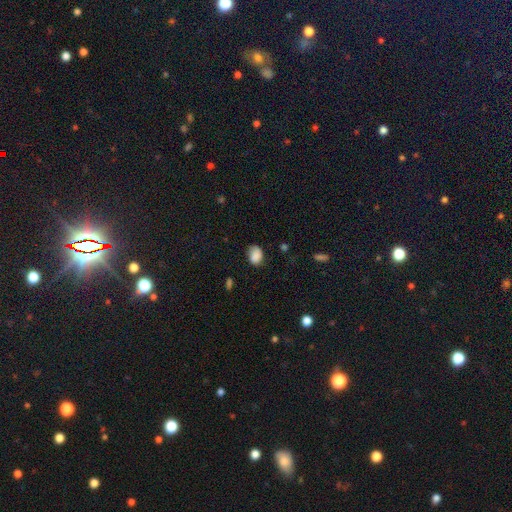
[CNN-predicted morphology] The model was most divided on "how rounded": in between: 68%, round: 31%, cigar-shaped: 1%. More confident: smooth or featured — smooth (86%); merging — none (67%).